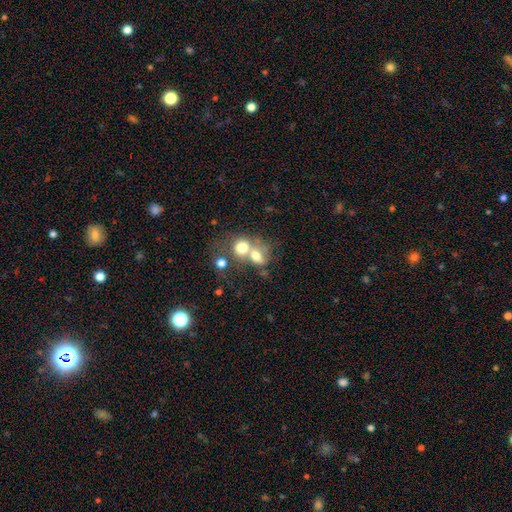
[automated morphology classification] Smooth or featured: smooth — 67% (featured or disk — 20%)
How rounded: round — 52% (in between — 46%)
Merging: merger — 63% (none — 23%)